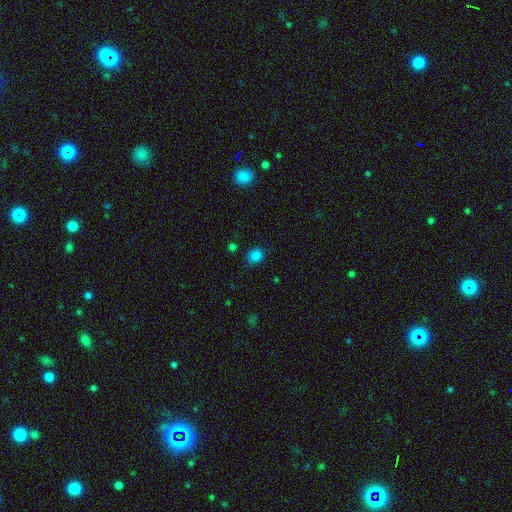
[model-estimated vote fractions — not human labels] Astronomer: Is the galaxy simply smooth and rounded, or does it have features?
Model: smooth — 82%.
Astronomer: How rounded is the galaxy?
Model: round — 71%.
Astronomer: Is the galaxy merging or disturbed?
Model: none — 79%.